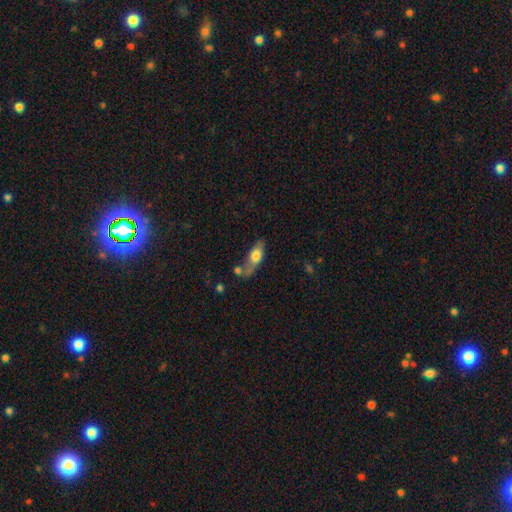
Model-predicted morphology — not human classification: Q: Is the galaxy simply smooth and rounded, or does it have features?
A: smooth — 62%.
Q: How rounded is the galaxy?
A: in between — 70%.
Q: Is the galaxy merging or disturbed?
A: none — 40%.